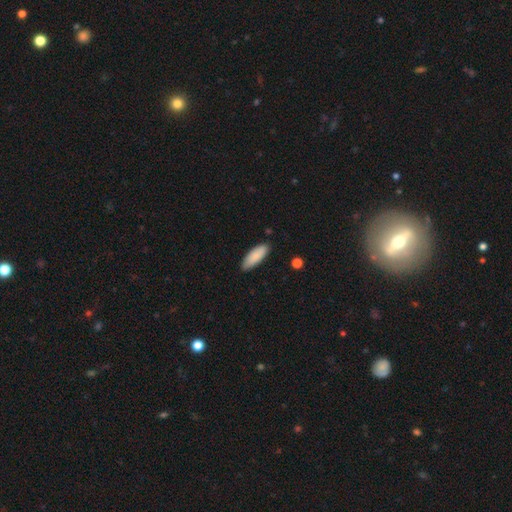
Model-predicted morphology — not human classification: smooth-or-featured: smooth: 88% | featured or disk: 7% | star or artifact: 6%
  how-rounded: in between: 64% | cigar-shaped: 34% | round: 1%
  merging: none: 84% | minor disturbance: 12% | major disturbance: 2% | merger: 1%